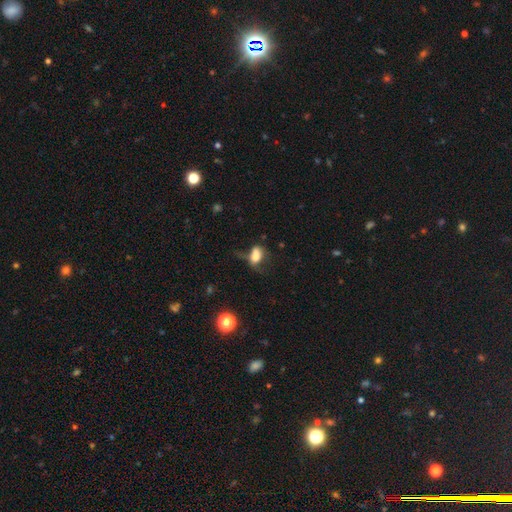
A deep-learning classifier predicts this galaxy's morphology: Overall: smooth (73%). How rounded: in between (85%). Merging: major disturbance (33%; none 32%).